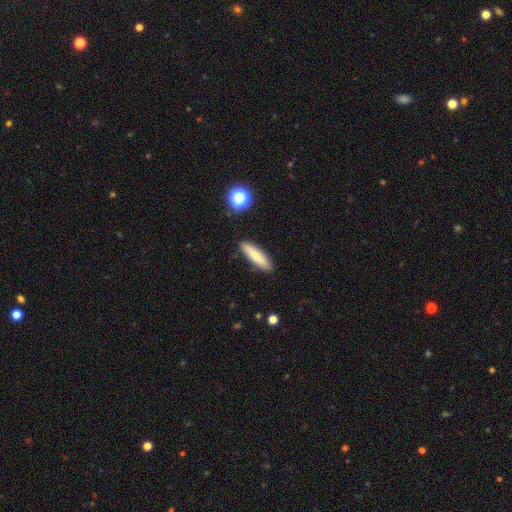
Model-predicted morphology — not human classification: A smooth galaxy with no disk features (74%) that is cigar-shaped (72%).

Vote fractions:
- Smooth or featured? smooth: 74% / featured or disk: 18% / star or artifact: 7%
- How rounded? cigar-shaped: 72% / in between: 27% / round: 2%
- Merging? none: 88% / minor disturbance: 8% / major disturbance: 2% / merger: 2%